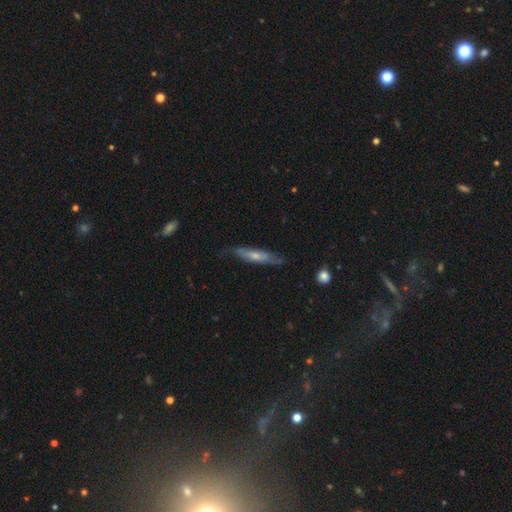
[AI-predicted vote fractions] Smooth or featured? Predicted: smooth (p=0.47, tied with featured or disk). Merging? Predicted: none (p=0.68).